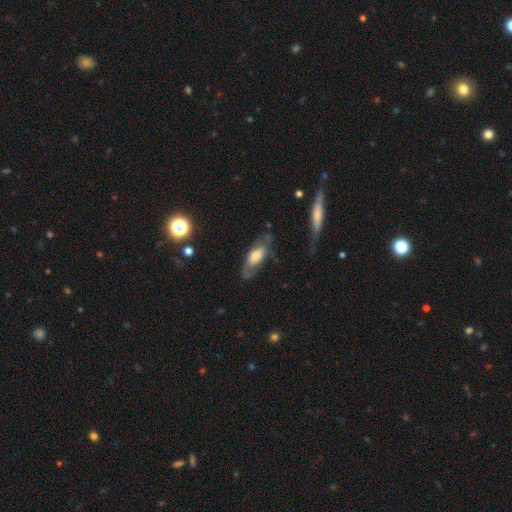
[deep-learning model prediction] Smooth or featured? Predicted: featured or disk (p=0.47). Merging? Predicted: none (p=0.58).